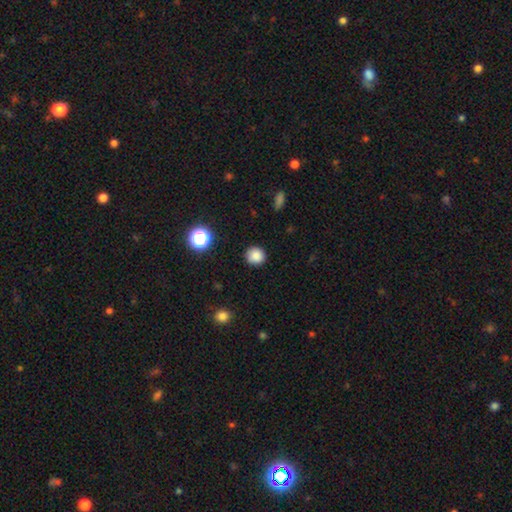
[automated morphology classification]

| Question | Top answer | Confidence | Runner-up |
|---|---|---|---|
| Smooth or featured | smooth | 85% | star or artifact (11%) |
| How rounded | round | 90% | in between (9%) |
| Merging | none | 88% | minor disturbance (9%) |